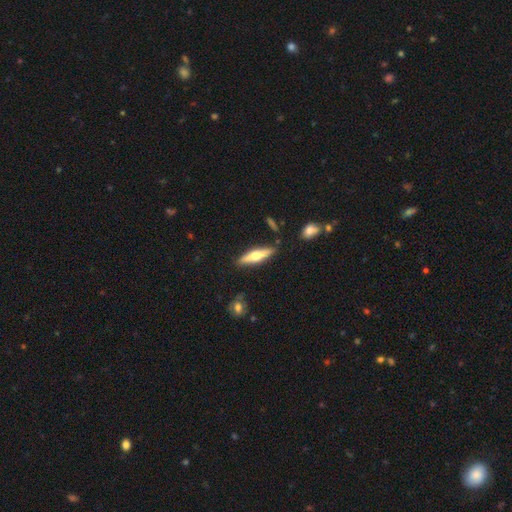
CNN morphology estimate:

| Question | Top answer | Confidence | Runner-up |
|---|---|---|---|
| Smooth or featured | featured or disk | 51% | smooth (43%) |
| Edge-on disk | yes | 93% | no (7%) |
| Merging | none | 85% | minor disturbance (10%) |